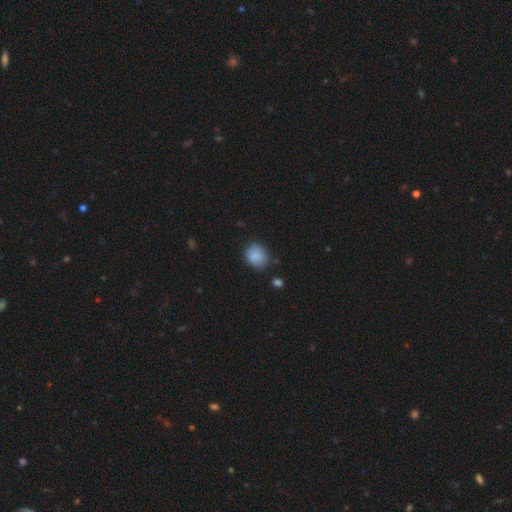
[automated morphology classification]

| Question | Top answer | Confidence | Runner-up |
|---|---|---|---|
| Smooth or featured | smooth | 87% | star or artifact (8%) |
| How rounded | round | 60% | in between (40%) |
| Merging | none | 77% | minor disturbance (17%) |